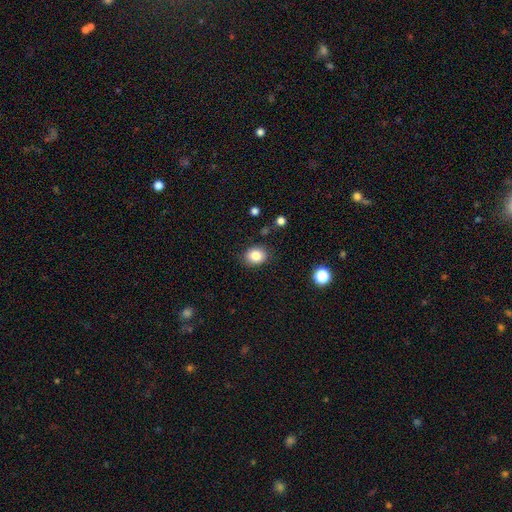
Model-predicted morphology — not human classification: This is clearly a smooth galaxy (85%). How rounded: possibly round (58%). Merging: clearly none (84%).